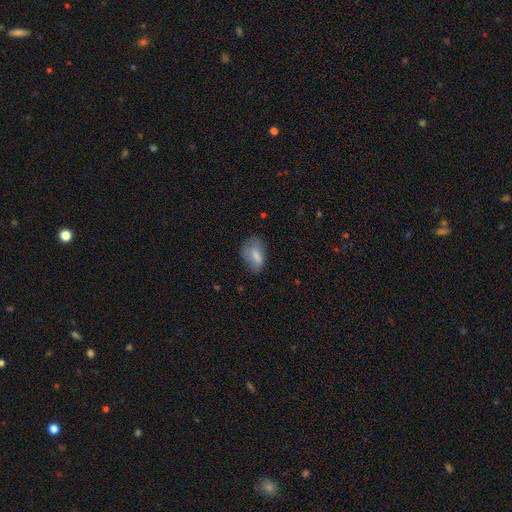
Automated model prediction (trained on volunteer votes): smooth-or-featured: smooth: 73% | featured or disk: 19% | star or artifact: 8%
  how-rounded: in between: 87% | round: 11% | cigar-shaped: 2%
  merging: none: 56% | minor disturbance: 30% | major disturbance: 12% | merger: 2%